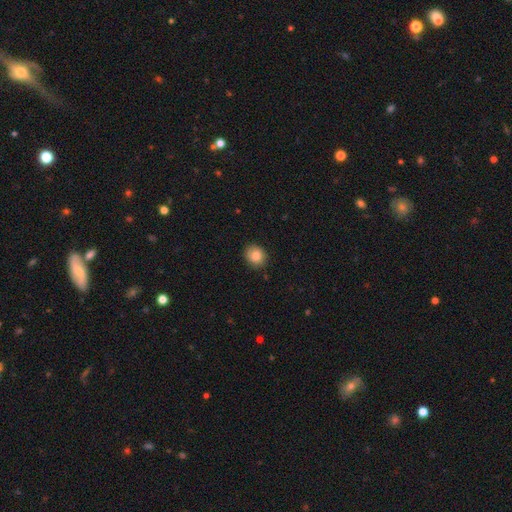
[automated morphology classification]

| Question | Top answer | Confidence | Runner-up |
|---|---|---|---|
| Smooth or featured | smooth | 84% | star or artifact (9%) |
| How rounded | round | 71% | in between (28%) |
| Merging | none | 87% | minor disturbance (10%) |